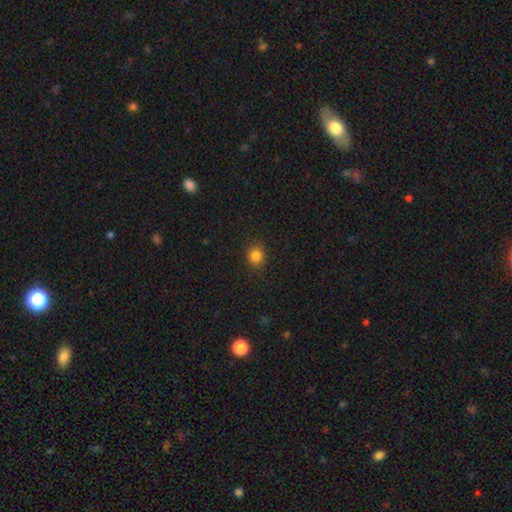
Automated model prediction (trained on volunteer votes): smooth 84%, star or artifact 12%, featured or disk 4%. Down the decision tree: how rounded — round (82%); merging — none (89%).